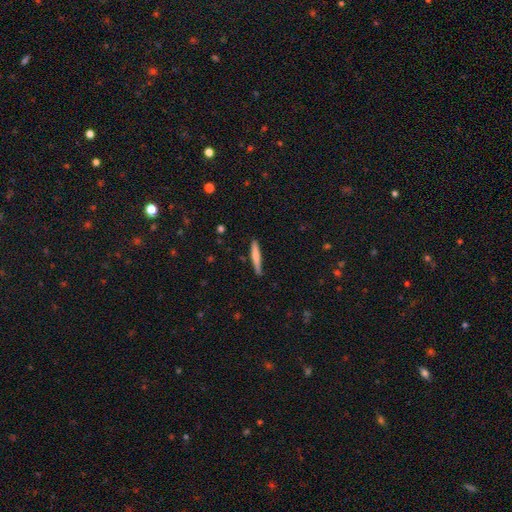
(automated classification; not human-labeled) This appears to be a smooth galaxy with no disk features (67%) that is cigar-shaped (94%). Merging: none (84%).